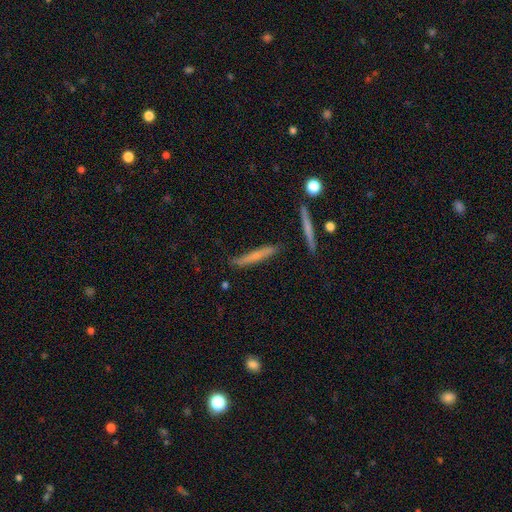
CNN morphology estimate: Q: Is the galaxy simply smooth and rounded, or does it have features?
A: smooth — 54%.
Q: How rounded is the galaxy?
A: cigar-shaped — 94%.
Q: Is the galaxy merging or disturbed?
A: none — 78%.